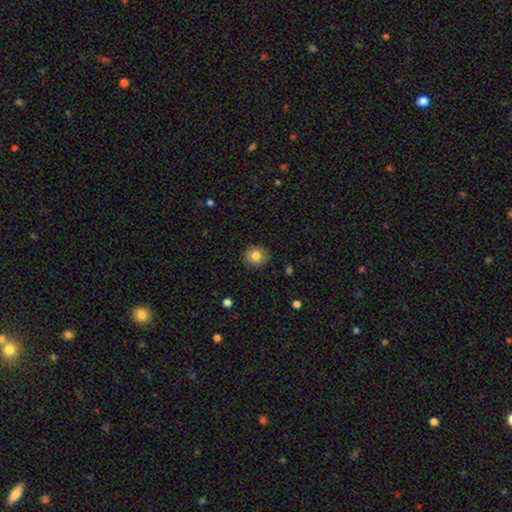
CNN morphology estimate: Q: Smooth or featured?
A: smooth (79%); runner-up: featured or disk (12%)
Q: How rounded?
A: round (81%); runner-up: in between (19%)
Q: Merging?
A: none (86%); runner-up: minor disturbance (10%)